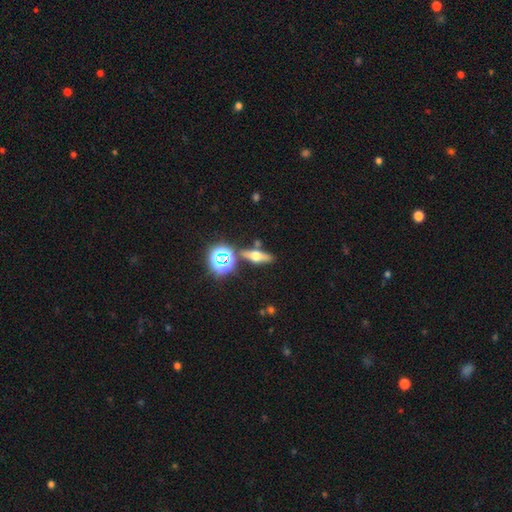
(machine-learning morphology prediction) Smooth or featured?
  - featured or disk: 46% *
  - smooth: 35%
  - star or artifact: 18%
Merging?
  - none: 76% *
  - minor disturbance: 11%
  - merger: 9%
  - major disturbance: 4%